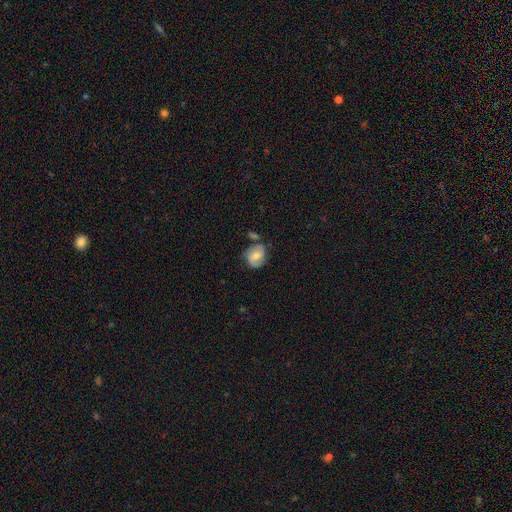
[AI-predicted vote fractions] Smooth or featured?
  - smooth: 49% *
  - featured or disk: 44%
  - star or artifact: 8%
Merging?
  - none: 57% *
  - minor disturbance: 25%
  - merger: 9%
  - major disturbance: 8%